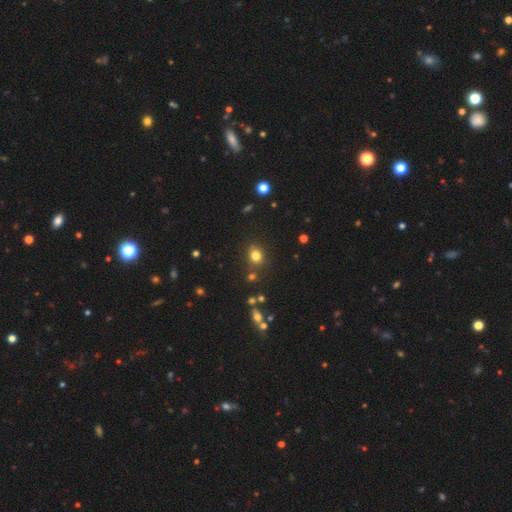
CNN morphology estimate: A smooth galaxy with no disk features (77%) that is round (64%).

Vote fractions:
- Smooth or featured? smooth: 77% / star or artifact: 15% / featured or disk: 7%
- How rounded? round: 64% / in between: 34% / cigar-shaped: 1%
- Merging? none: 78% / minor disturbance: 12% / merger: 7% / major disturbance: 4%